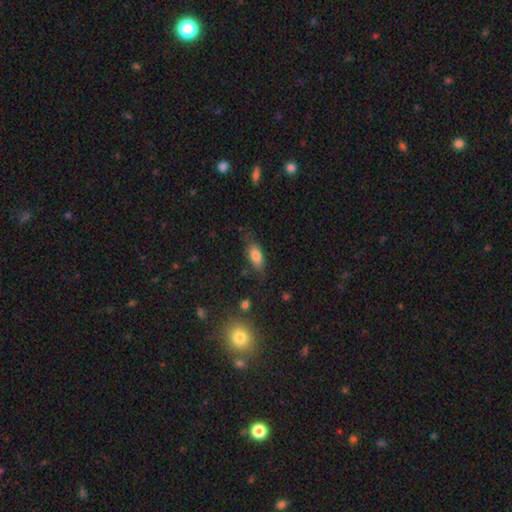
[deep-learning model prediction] smooth_or_featured: smooth (p=0.79) [alt: featured or disk p=0.13]
how_rounded: in between (p=0.80) [alt: cigar-shaped p=0.16]
merging: none (p=0.69) [alt: minor disturbance p=0.22]